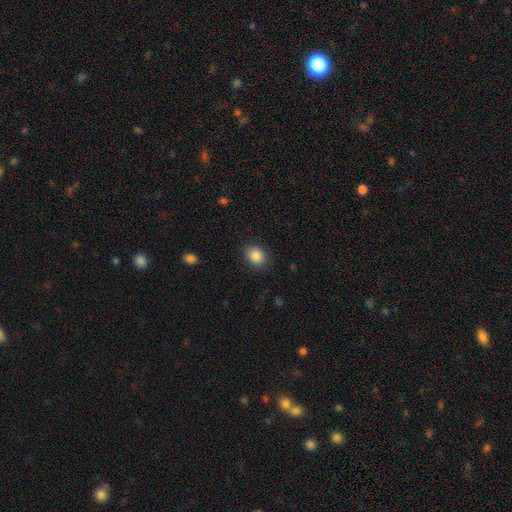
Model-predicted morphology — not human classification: type=smooth (86%); roundness=round (54%); merging=none (86%).